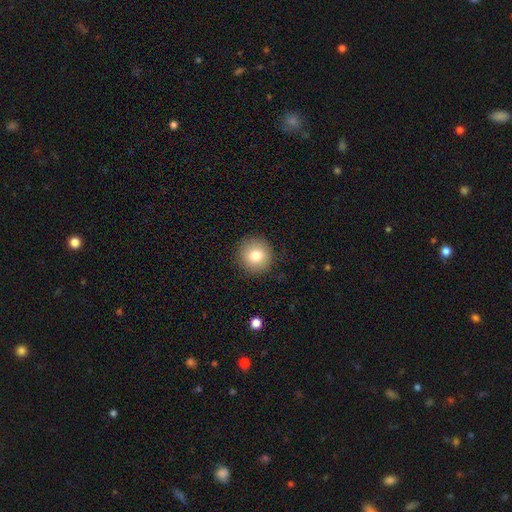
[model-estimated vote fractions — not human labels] smooth-or-featured: smooth: 80% | featured or disk: 10% | star or artifact: 9%
  how-rounded: round: 94% | in between: 5% | cigar-shaped: 1%
  merging: none: 90% | minor disturbance: 7% | major disturbance: 2% | merger: 1%